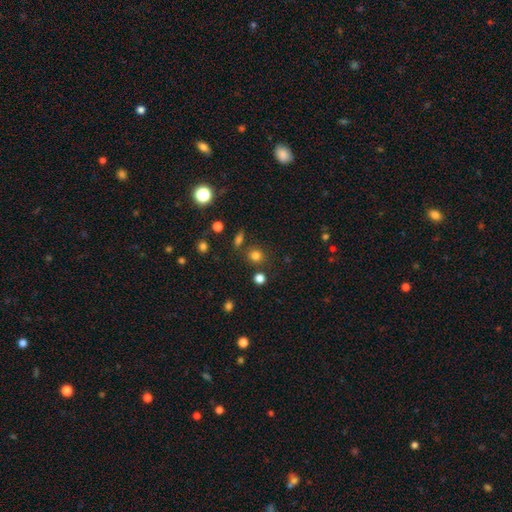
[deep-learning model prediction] A smooth galaxy with no disk features (78%) that is round (86%). Merging: none (79%).